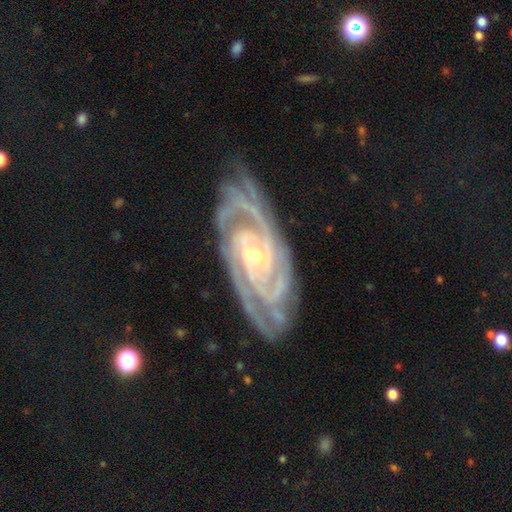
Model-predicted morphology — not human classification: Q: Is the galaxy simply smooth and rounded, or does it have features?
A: featured or disk — 93%.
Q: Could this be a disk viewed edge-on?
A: no — 96%.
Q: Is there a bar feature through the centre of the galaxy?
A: no — 54%.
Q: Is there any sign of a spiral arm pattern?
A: yes — 99%.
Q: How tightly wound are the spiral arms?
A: tight — 76%.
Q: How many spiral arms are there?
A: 3 — 31%.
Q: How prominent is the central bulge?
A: small — 69%.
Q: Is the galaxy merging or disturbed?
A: none — 78%.